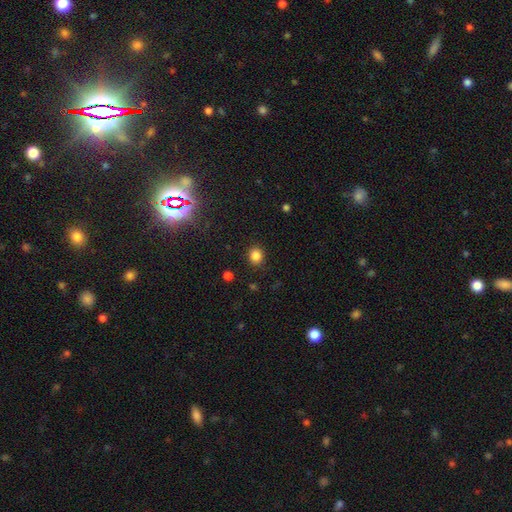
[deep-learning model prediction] Morphology: type=smooth (84%); roundness=round (81%); merging=none (89%).